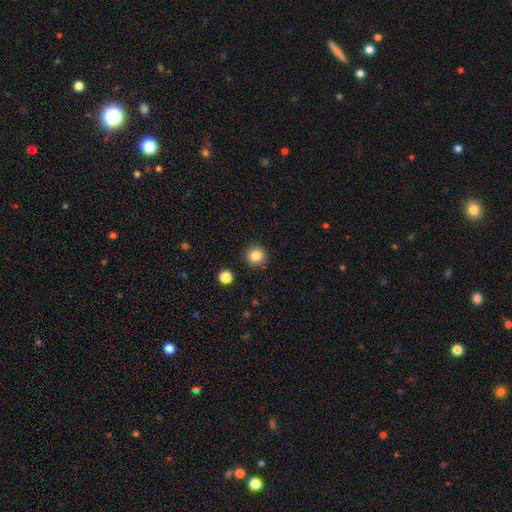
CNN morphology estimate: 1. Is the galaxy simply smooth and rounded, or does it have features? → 84% smooth, 11% star or artifact, 5% featured or disk.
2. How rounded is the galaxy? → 91% round, 9% in between, 1% cigar-shaped.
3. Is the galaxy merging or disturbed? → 87% none, 8% minor disturbance, 3% merger, 2% major disturbance.